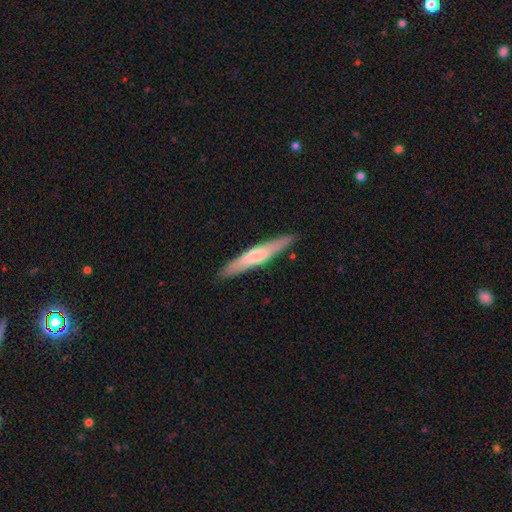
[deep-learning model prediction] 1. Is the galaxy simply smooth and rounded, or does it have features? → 53% smooth, 42% featured or disk, 5% star or artifact.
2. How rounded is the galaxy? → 90% cigar-shaped, 8% in between, 1% round.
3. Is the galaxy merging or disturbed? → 88% none, 9% minor disturbance, 2% major disturbance, 1% merger.